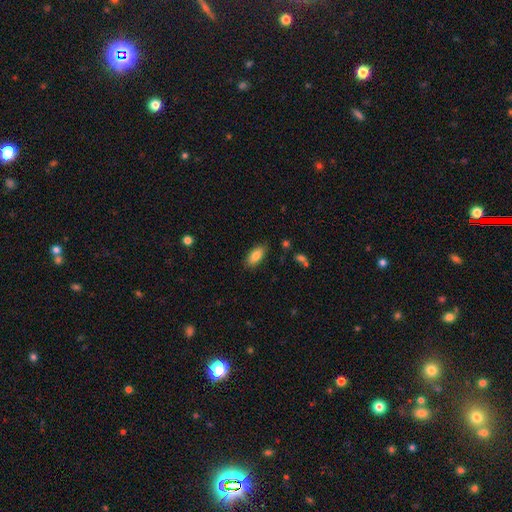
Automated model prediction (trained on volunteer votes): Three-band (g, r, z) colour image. It shows a smooth galaxy with no disk features (83%) that is in between round and cigar-shaped (87%). Merging: none (86%).